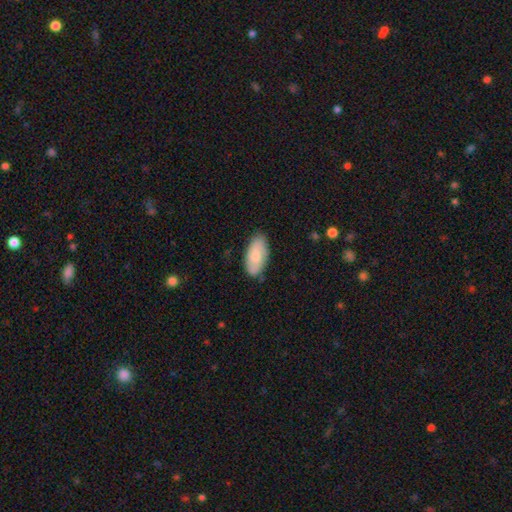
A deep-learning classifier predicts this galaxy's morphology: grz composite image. It shows a smooth galaxy with no disk features (76%) that is in between round and cigar-shaped (92%). Merging: none (79%).